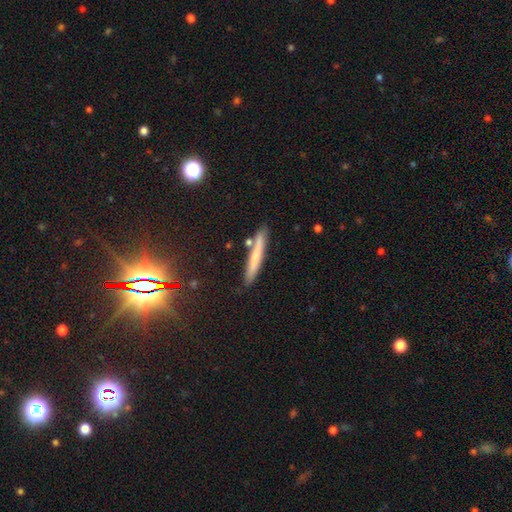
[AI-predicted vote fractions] This appears to be a smooth galaxy with no disk features (56%) that is cigar-shaped (94%). Merging: none (80%).